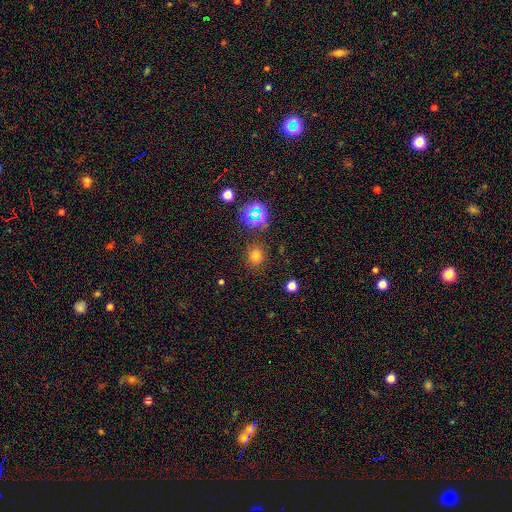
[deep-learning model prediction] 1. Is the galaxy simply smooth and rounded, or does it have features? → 72% smooth, 22% star or artifact, 7% featured or disk.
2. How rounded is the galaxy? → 83% round, 16% in between, 1% cigar-shaped.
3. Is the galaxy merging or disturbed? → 86% none, 8% minor disturbance, 3% major disturbance, 2% merger.